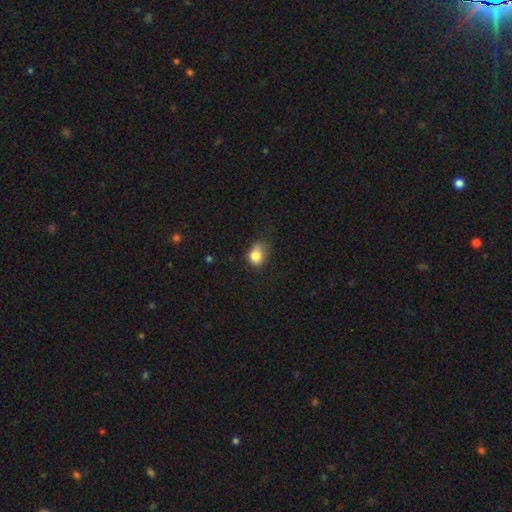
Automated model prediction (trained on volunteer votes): Q: Smooth or featured?
A: smooth (83%); runner-up: star or artifact (10%)
Q: How rounded?
A: in between (57%); runner-up: round (42%)
Q: Merging?
A: none (50%); runner-up: minor disturbance (36%)